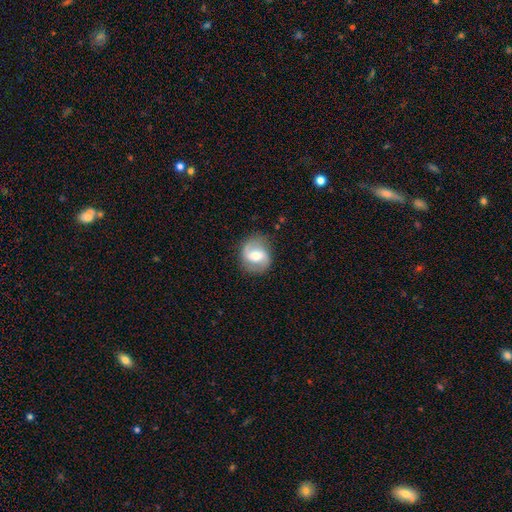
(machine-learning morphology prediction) type=featured or disk (68%); edge-on=no (97%); bar=weak (45%); spiral arms=yes (88%); winding=medium (44%); arm count=2 (88%); bulge=moderate (64%); merging=none (80%).